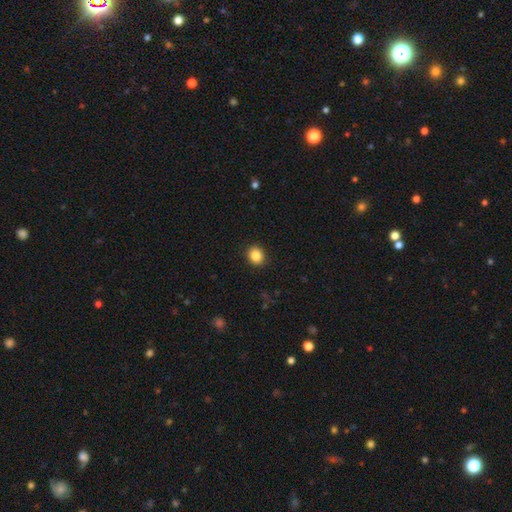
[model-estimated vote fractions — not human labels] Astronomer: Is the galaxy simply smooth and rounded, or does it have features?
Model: smooth — 86%.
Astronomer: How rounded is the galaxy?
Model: round — 74%.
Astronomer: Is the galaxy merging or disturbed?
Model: none — 91%.